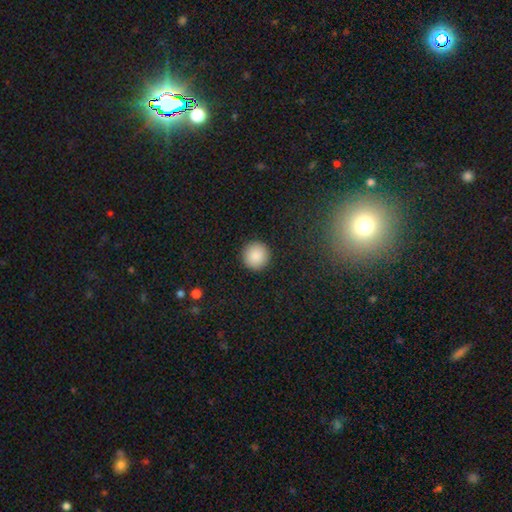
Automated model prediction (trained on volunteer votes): Smooth or featured?
  - smooth: 88% *
  - star or artifact: 8%
  - featured or disk: 4%
How rounded?
  - round: 96% *
  - in between: 3%
  - cigar-shaped: 1%
Merging?
  - none: 93% *
  - minor disturbance: 5%
  - major disturbance: 2%
  - merger: 1%